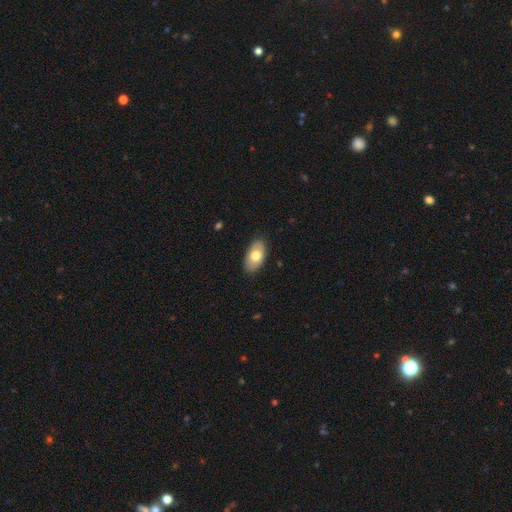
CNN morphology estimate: A smooth galaxy with no disk features (74%) that is in between round and cigar-shaped (94%). Merging: none (86%).